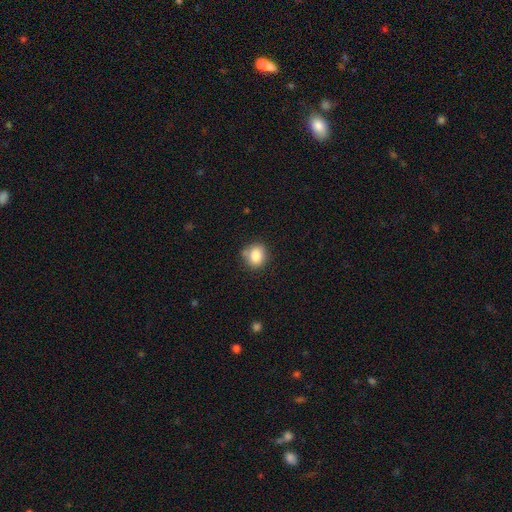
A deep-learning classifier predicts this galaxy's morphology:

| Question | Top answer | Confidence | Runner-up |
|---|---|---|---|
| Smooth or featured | smooth | 82% | star or artifact (10%) |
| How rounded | round | 70% | in between (29%) |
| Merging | none | 71% | minor disturbance (19%) |